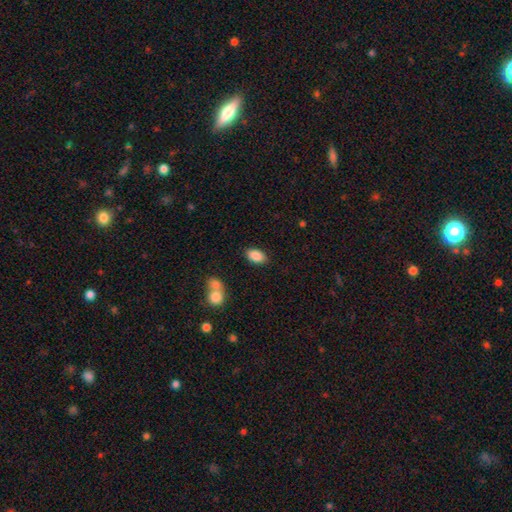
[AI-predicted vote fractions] The model was most divided on "merging": none: 82%, minor disturbance: 10%, merger: 5%, major disturbance: 3%. More confident: how rounded — in between (91%); smooth or featured — smooth (87%).